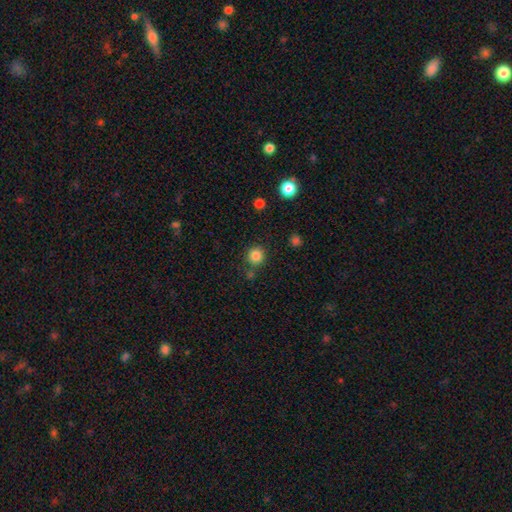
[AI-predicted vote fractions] The model was most divided on "merging": none: 82%, minor disturbance: 9%, merger: 6%, major disturbance: 3%. More confident: how rounded — round (93%); smooth or featured — smooth (85%).